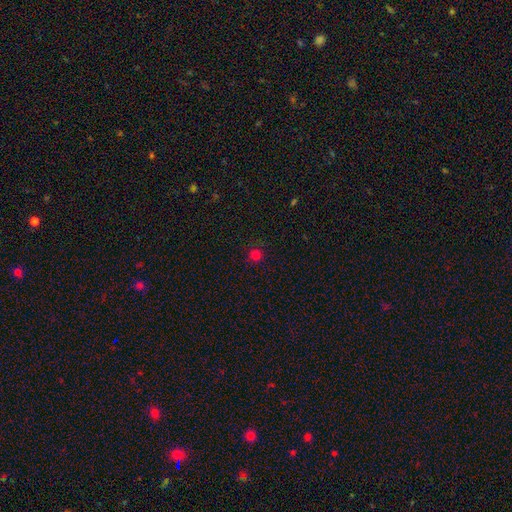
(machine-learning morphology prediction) This is likely a smooth galaxy (77%). How rounded: clearly round (94%). Merging: clearly none (90%).